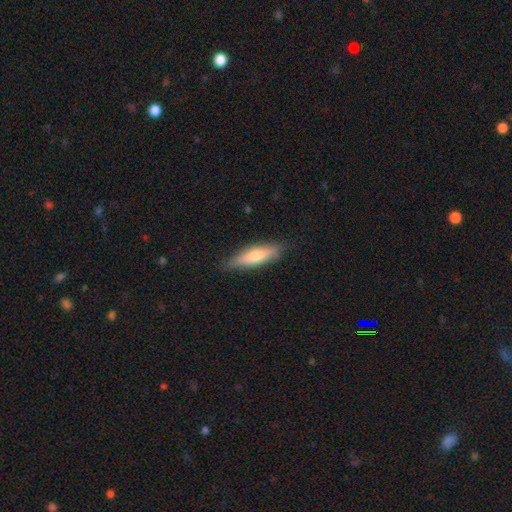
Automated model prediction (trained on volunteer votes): This appears to be a smooth galaxy with no disk features (66%) that is cigar-shaped (65%). Merging: none (84%).